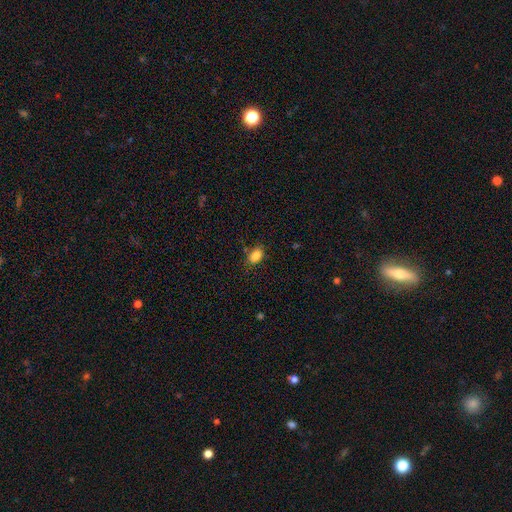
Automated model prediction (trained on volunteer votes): Smooth or featured: smooth — 86% (star or artifact — 9%)
How rounded: in between — 82% (round — 17%)
Merging: none — 77% (minor disturbance — 15%)